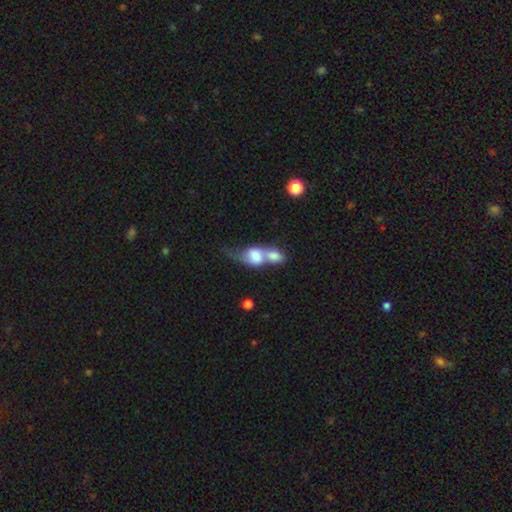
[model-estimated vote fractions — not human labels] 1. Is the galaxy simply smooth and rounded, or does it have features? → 66% smooth, 26% featured or disk, 9% star or artifact.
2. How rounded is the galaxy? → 66% in between, 30% round, 4% cigar-shaped.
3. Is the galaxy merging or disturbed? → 82% merger, 7% none, 7% major disturbance, 4% minor disturbance.